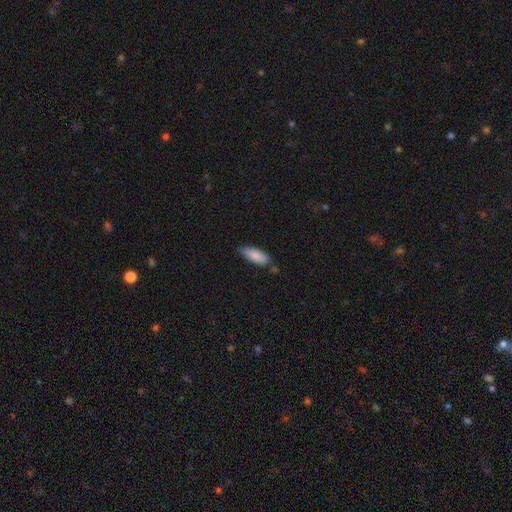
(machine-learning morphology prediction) The model was most divided on "merging": none: 66%, minor disturbance: 25%, merger: 5%, major disturbance: 4%. More confident: smooth or featured — smooth (86%); how rounded — in between (72%).